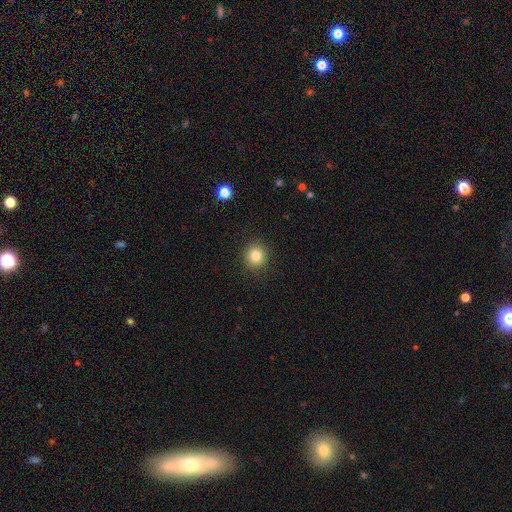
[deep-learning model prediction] smooth-or-featured: smooth: 82% | star or artifact: 11% | featured or disk: 7%
  how-rounded: round: 90% | in between: 9% | cigar-shaped: 1%
  merging: none: 90% | minor disturbance: 6% | major disturbance: 2% | merger: 1%